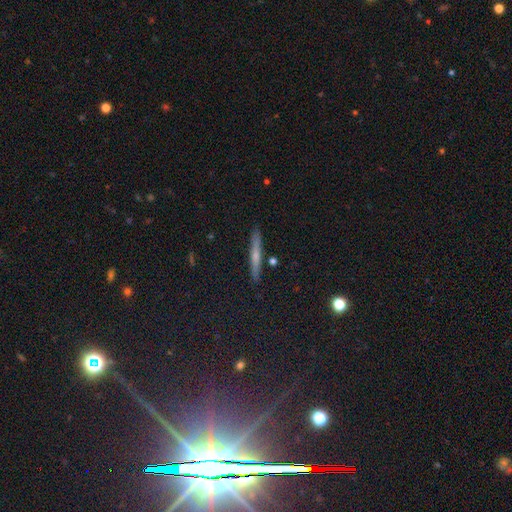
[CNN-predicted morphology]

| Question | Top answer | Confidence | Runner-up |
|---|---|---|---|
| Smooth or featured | smooth | 47% | featured or disk (42%) |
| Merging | none | 89% | minor disturbance (8%) |